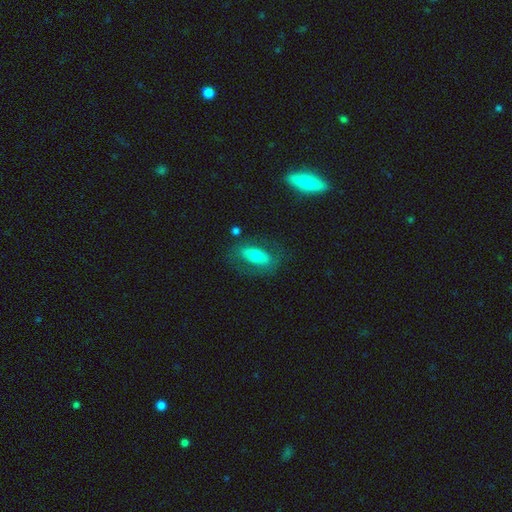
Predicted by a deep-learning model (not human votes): smooth_or_featured: smooth (p=0.51) [alt: featured or disk p=0.41]
how_rounded: in between (p=0.80) [alt: cigar-shaped p=0.14]
merging: none (p=0.69) [alt: minor disturbance p=0.17]